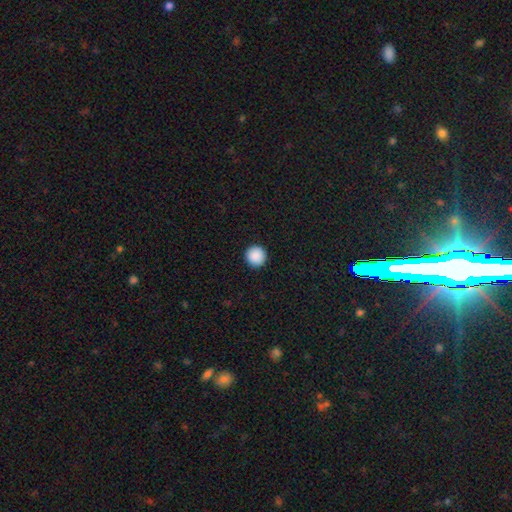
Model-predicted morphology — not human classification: Q: Smooth or featured?
A: smooth (90%); runner-up: star or artifact (8%)
Q: How rounded?
A: round (96%); runner-up: in between (3%)
Q: Merging?
A: none (93%); runner-up: minor disturbance (4%)